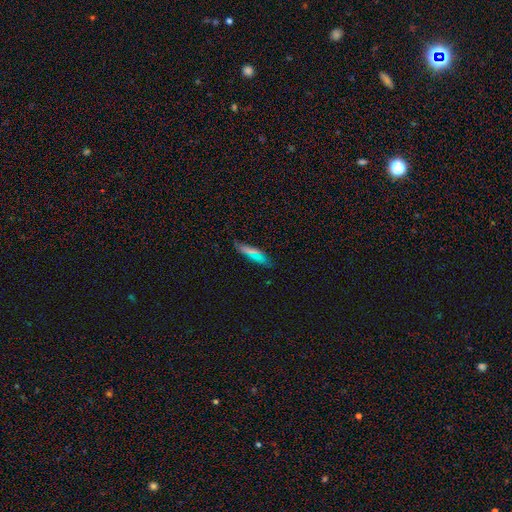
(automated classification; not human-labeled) smooth-or-featured: smooth: 67% | featured or disk: 18% | star or artifact: 15%
  how-rounded: cigar-shaped: 59% | in between: 37% | round: 3%
  merging: none: 81% | minor disturbance: 15% | major disturbance: 3% | merger: 2%